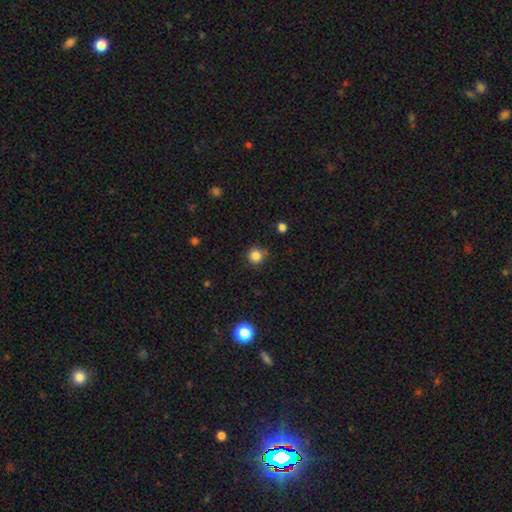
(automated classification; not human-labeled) Q: Smooth or featured?
A: smooth (83%); runner-up: star or artifact (13%)
Q: How rounded?
A: round (94%); runner-up: in between (5%)
Q: Merging?
A: none (83%); runner-up: minor disturbance (9%)